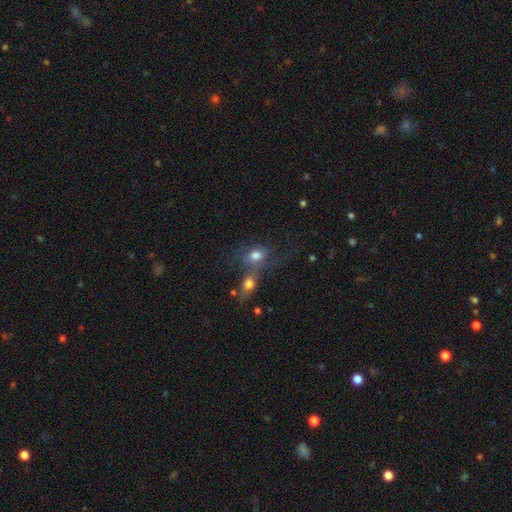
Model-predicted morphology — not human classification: The model was most divided on "merging": merger: 53%, none: 26%, minor disturbance: 11%, major disturbance: 10%. More confident: smooth or featured — smooth (69%); how rounded — in between (62%).